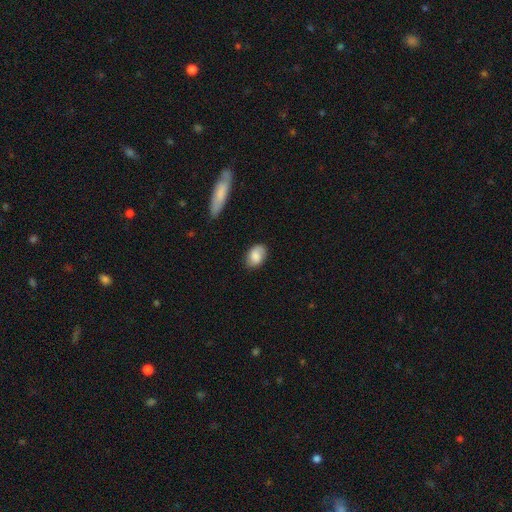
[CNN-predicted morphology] Smooth or featured?
  - smooth: 78% *
  - featured or disk: 15%
  - star or artifact: 7%
How rounded?
  - in between: 84% *
  - round: 14%
  - cigar-shaped: 1%
Merging?
  - none: 76% *
  - minor disturbance: 18%
  - major disturbance: 4%
  - merger: 2%